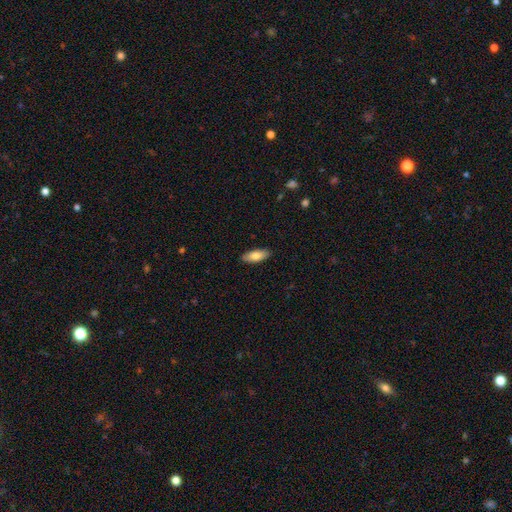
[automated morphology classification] Smooth or featured: smooth — 79% (featured or disk — 15%)
How rounded: in between — 75% (cigar-shaped — 23%)
Merging: none — 90% (minor disturbance — 8%)